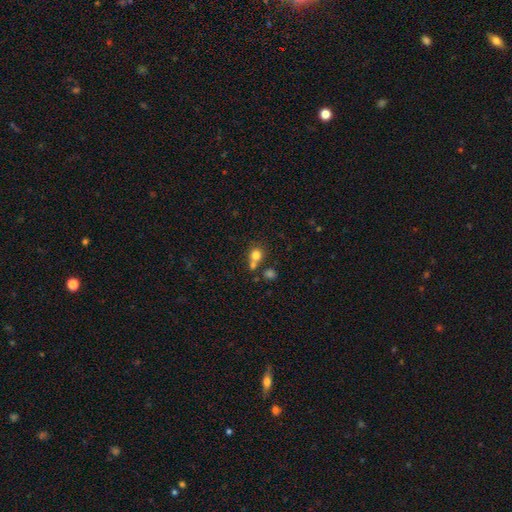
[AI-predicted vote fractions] Smooth or featured: smooth — 78% (star or artifact — 13%)
How rounded: round — 84% (in between — 15%)
Merging: none — 50% (merger — 37%)